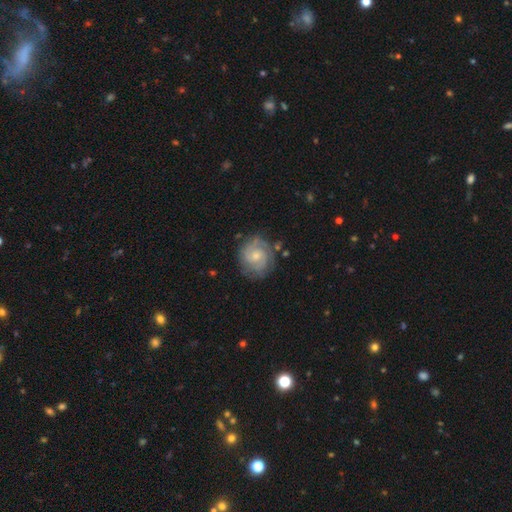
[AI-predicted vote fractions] Q: Smooth or featured?
A: featured or disk (79%); runner-up: smooth (15%)
Q: Edge-on disk?
A: no (98%); runner-up: yes (2%)
Q: Bar?
A: no (62%); runner-up: weak (34%)
Q: Spiral arms?
A: yes (95%); runner-up: no (5%)
Q: Spiral winding?
A: tight (61%); runner-up: medium (32%)
Q: Spiral arm count?
A: 2 (52%); runner-up: can't tell (21%)
Q: Bulge size?
A: small (52%); runner-up: moderate (40%)
Q: Merging?
A: none (74%); runner-up: minor disturbance (17%)